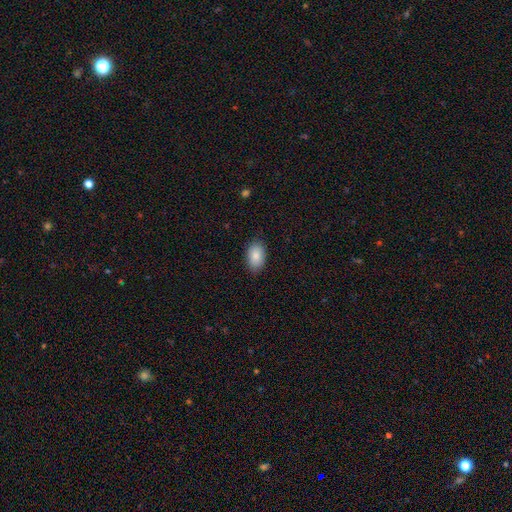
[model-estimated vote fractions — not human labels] Smooth or featured? Predicted: smooth (p=0.87). How rounded? Predicted: in between (p=0.92). Merging? Predicted: none (p=0.85).